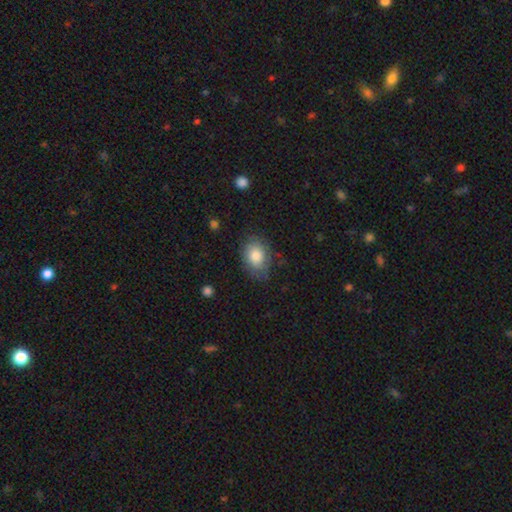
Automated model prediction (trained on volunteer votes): This is likely a smooth galaxy (79%). How rounded: likely in between (76%). Merging: likely none (68%).